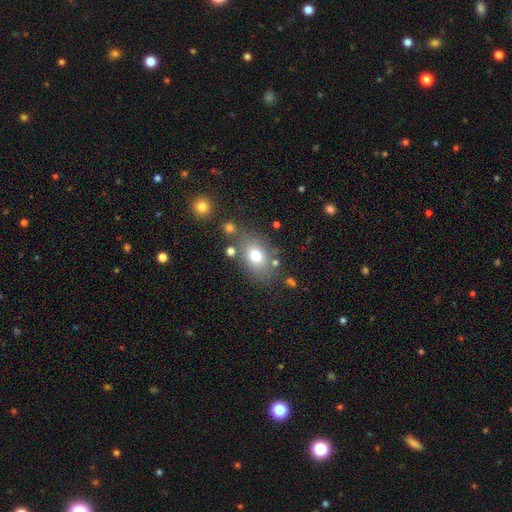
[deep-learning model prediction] Smooth or featured?
  - smooth: 73% *
  - featured or disk: 16%
  - star or artifact: 11%
How rounded?
  - in between: 75% *
  - round: 23%
  - cigar-shaped: 2%
Merging?
  - none: 70% *
  - minor disturbance: 15%
  - merger: 9%
  - major disturbance: 6%